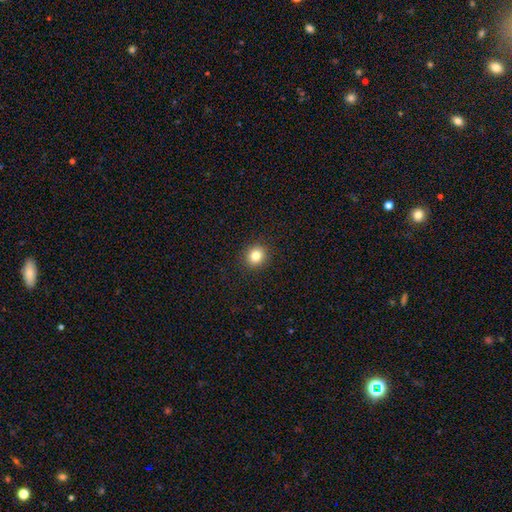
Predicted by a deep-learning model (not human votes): Q: Smooth or featured?
A: smooth (82%); runner-up: star or artifact (12%)
Q: How rounded?
A: round (86%); runner-up: in between (13%)
Q: Merging?
A: none (92%); runner-up: minor disturbance (6%)